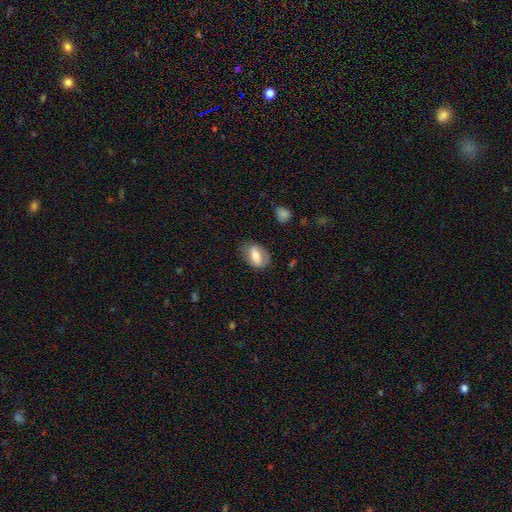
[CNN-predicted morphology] type=smooth (63%); roundness=in between (86%); merging=none (73%).